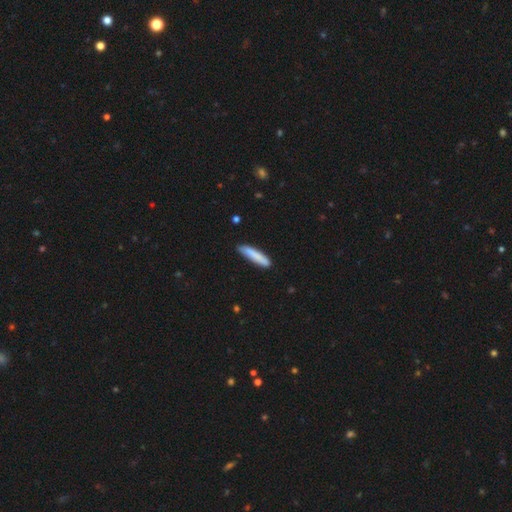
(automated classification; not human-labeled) Q: Smooth or featured?
A: smooth (83%); runner-up: featured or disk (12%)
Q: How rounded?
A: cigar-shaped (88%); runner-up: in between (10%)
Q: Merging?
A: none (84%); runner-up: minor disturbance (13%)